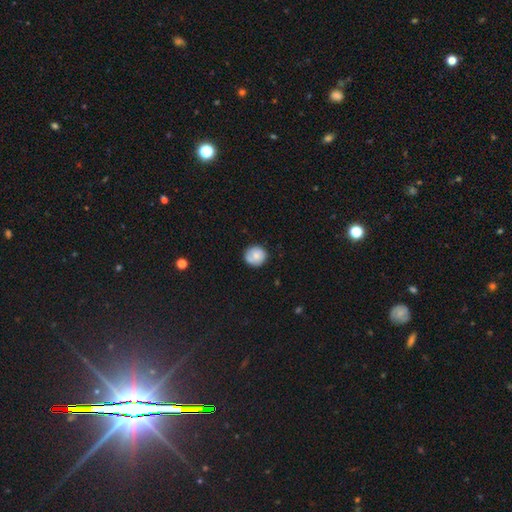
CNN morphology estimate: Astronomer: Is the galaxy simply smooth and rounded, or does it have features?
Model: smooth — 70%.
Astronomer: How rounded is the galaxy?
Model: round — 89%.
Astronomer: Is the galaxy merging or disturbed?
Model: none — 78%.